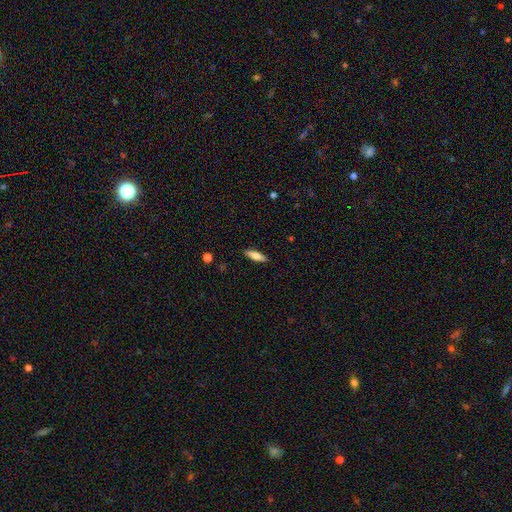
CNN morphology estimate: This appears to be a smooth galaxy with no disk features (70%) that is cigar-shaped (54%). Merging: none (89%).